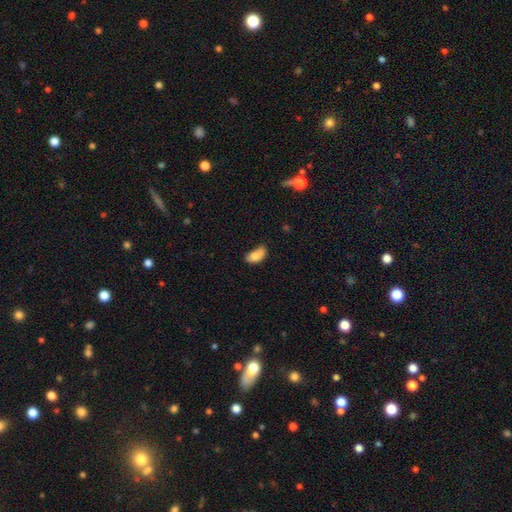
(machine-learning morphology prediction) This is likely a smooth galaxy (77%). How rounded: clearly in between (90%). Merging: marginally minor disturbance (39%).